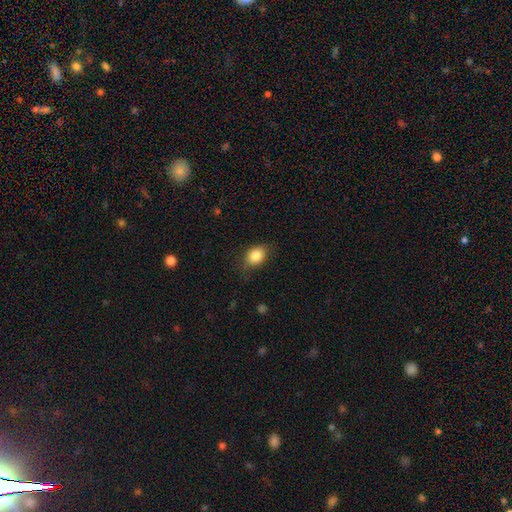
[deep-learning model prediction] Q: Smooth or featured?
A: smooth (84%); runner-up: star or artifact (9%)
Q: How rounded?
A: in between (64%); runner-up: round (35%)
Q: Merging?
A: none (73%); runner-up: minor disturbance (21%)